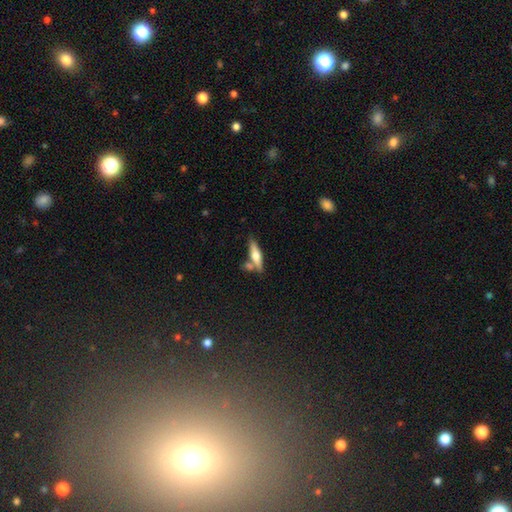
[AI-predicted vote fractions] Q: Smooth or featured?
A: featured or disk (47%); runner-up: smooth (46%)
Q: Merging?
A: none (62%); runner-up: merger (22%)